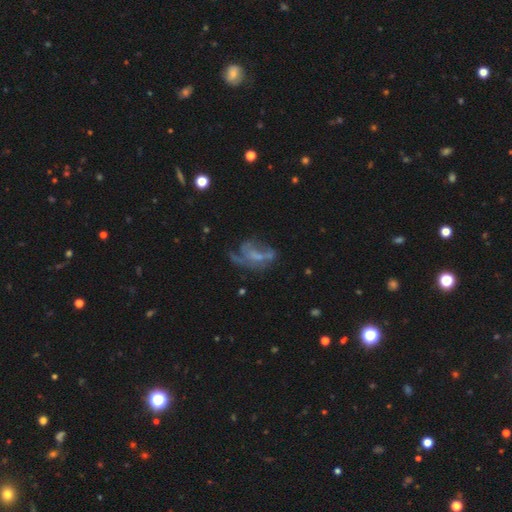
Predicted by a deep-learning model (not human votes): This is likely a featured or disk galaxy (62%). It is clearly not viewed edge-on (96%). Bar: likely no (67%). Spiral arm pattern: possibly yes (51%). Central bulge: possibly none (49%). Merging: marginally major disturbance (42%).